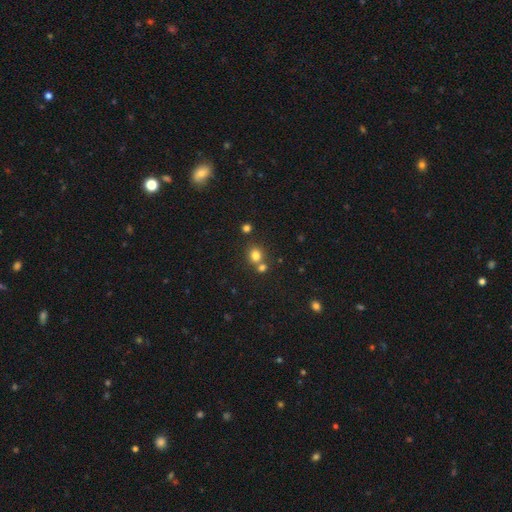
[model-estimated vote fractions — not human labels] Smooth or featured?
  - smooth: 78% *
  - star or artifact: 15%
  - featured or disk: 7%
How rounded?
  - round: 80% *
  - in between: 19%
  - cigar-shaped: 1%
Merging?
  - none: 58% *
  - merger: 31%
  - minor disturbance: 8%
  - major disturbance: 3%